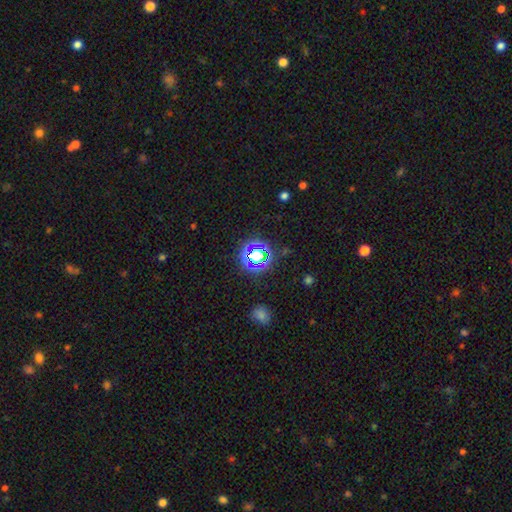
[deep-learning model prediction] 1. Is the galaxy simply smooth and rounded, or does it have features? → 63% star or artifact, 26% smooth, 11% featured or disk.